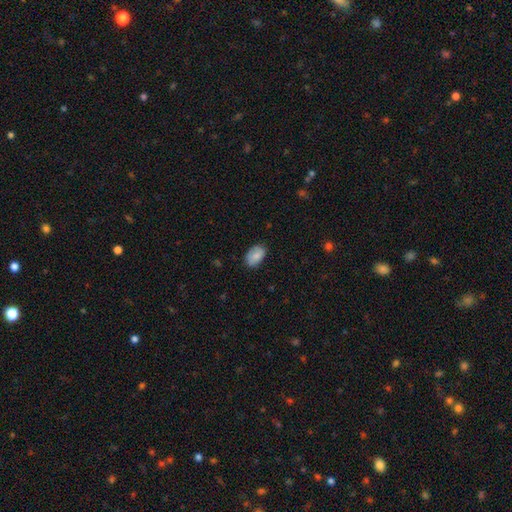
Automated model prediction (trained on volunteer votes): A smooth galaxy with no disk features (81%) that is in between round and cigar-shaped (90%).

Vote fractions:
- Smooth or featured? smooth: 81% / featured or disk: 12% / star or artifact: 7%
- How rounded? in between: 90% / round: 9% / cigar-shaped: 1%
- Merging? none: 80% / minor disturbance: 16% / major disturbance: 3% / merger: 1%